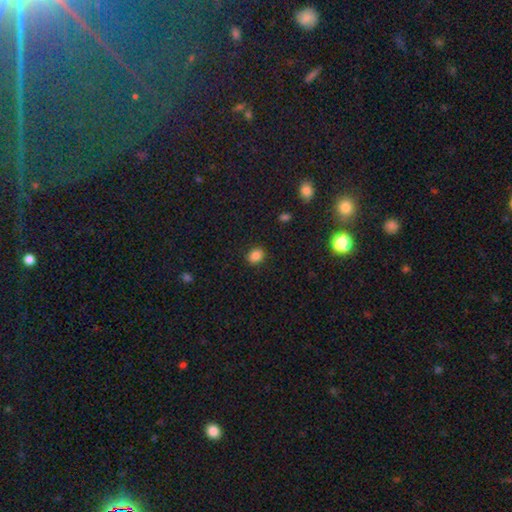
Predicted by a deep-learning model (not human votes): Smooth or featured: smooth — 85% (star or artifact — 10%)
How rounded: in between — 53% (round — 46%)
Merging: none — 88% (minor disturbance — 8%)